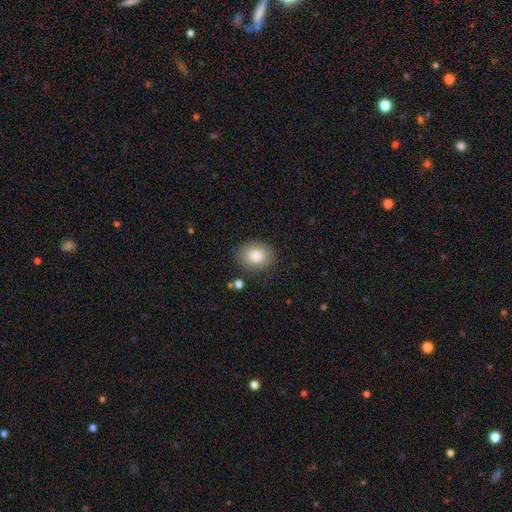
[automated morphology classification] smooth 85%, star or artifact 8%, featured or disk 7%. Down the decision tree: how rounded — round (61%); merging — none (85%).